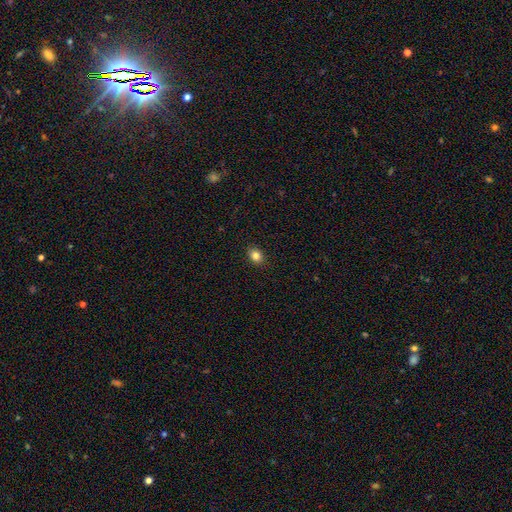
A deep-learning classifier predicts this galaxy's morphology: This appears to be a smooth galaxy with no disk features (83%) that is in between round and cigar-shaped (52%). Merging: none (90%).